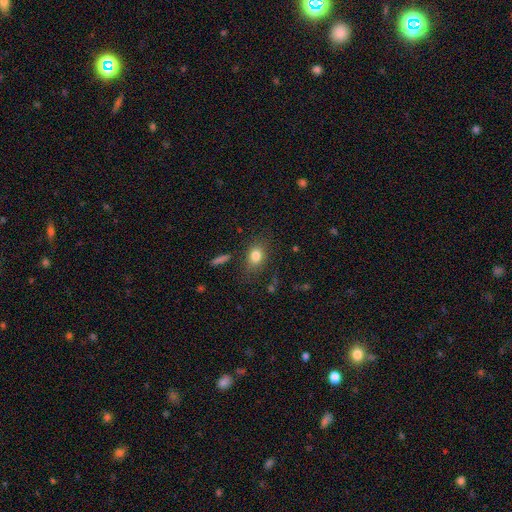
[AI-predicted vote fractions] A smooth galaxy with no disk features (81%) that is in between round and cigar-shaped (66%). Merging: none (78%).